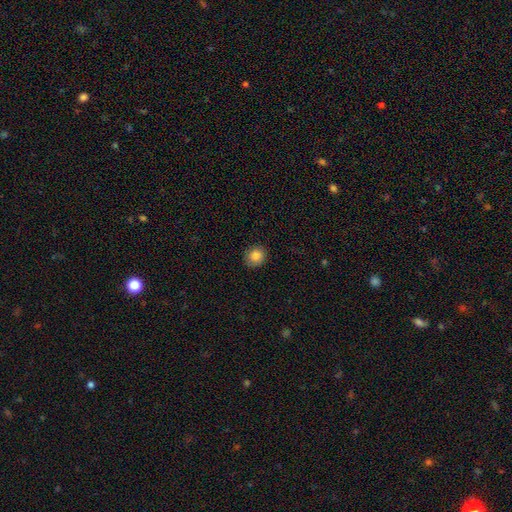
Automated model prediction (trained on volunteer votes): smooth_or_featured: smooth (p=0.84) [alt: star or artifact p=0.10]
how_rounded: round (p=0.80) [alt: in between p=0.19]
merging: none (p=0.87) [alt: minor disturbance p=0.10]